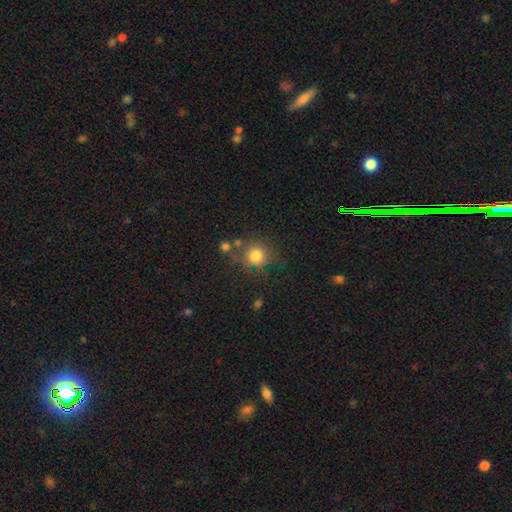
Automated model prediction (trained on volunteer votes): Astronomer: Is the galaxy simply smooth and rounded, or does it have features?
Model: smooth — 80%.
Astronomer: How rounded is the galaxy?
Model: round — 89%.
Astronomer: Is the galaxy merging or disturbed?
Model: none — 69%.